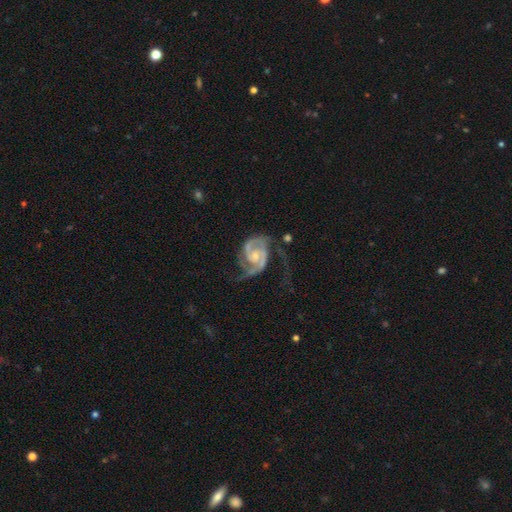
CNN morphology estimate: smooth-or-featured: featured or disk: 91% | smooth: 5% | star or artifact: 4%
  disk-edge-on: no: 98% | yes: 2%
    bar: no: 56% | weak: 35% | strong: 8%
    has-spiral-arms: yes: 98% | no: 2%
      spiral-winding: medium: 51% | tight: 32% | loose: 17%
      spiral-arm-count: 2: 84% | 3: 5% | can't tell: 4% | 1: 3% | 4: 2% | more than 4: 2%
    bulge-size: small: 49% | moderate: 42% | none: 5% | large: 3% | dominant: 1%
  merging: none: 44% | major disturbance: 30% | minor disturbance: 22% | merger: 3%